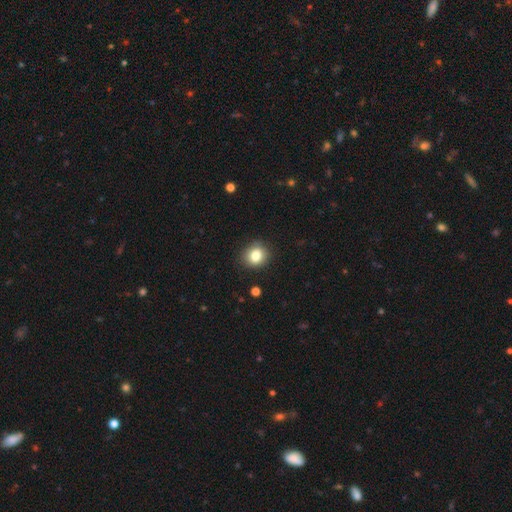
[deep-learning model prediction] Smooth or featured? Predicted: smooth (p=0.82). How rounded? Predicted: round (p=0.77). Merging? Predicted: none (p=0.86).